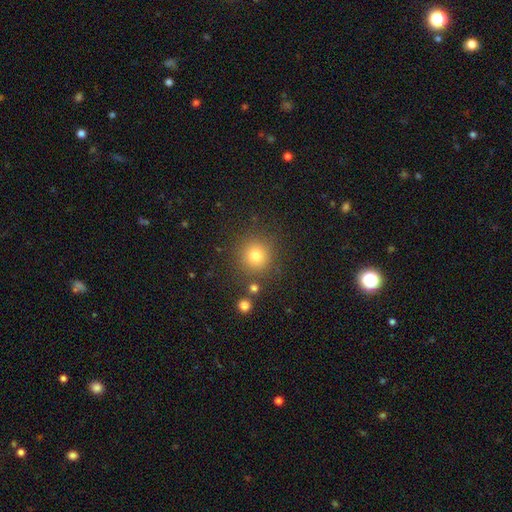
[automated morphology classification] Q: Smooth or featured?
A: smooth (78%); runner-up: star or artifact (15%)
Q: How rounded?
A: round (92%); runner-up: in between (7%)
Q: Merging?
A: none (84%); runner-up: minor disturbance (8%)